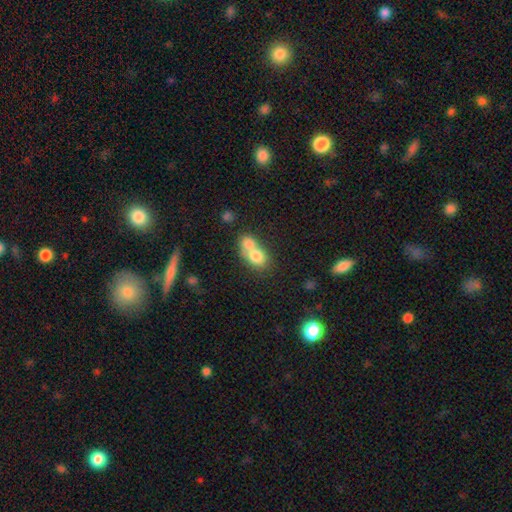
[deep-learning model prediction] smooth 74%, featured or disk 17%, star or artifact 9%. Down the decision tree: how rounded — in between (53%); merging — merger (70%).